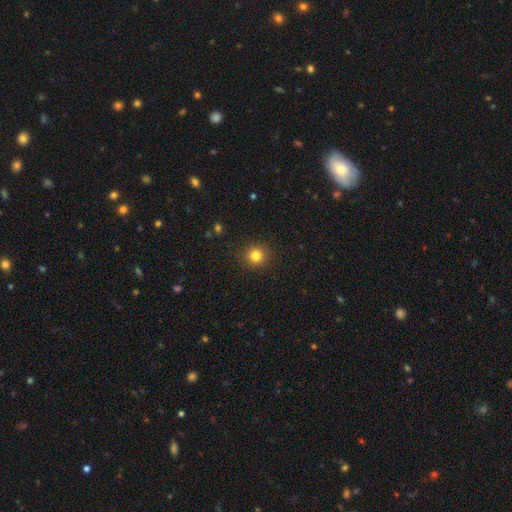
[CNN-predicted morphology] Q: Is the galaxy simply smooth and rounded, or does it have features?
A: smooth — 82%.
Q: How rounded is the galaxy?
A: round — 93%.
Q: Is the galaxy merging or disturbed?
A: none — 91%.